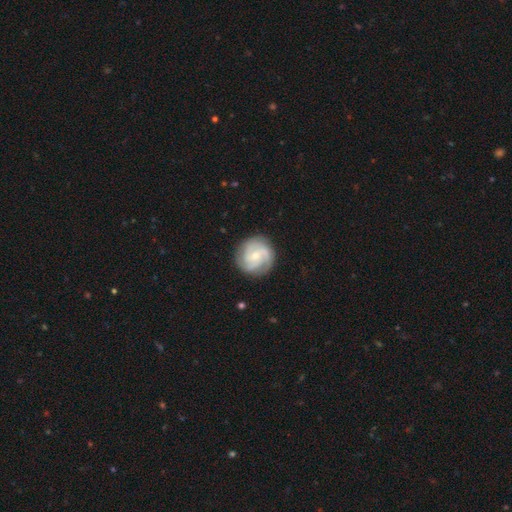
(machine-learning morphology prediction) Smooth or featured?
  - featured or disk: 79% *
  - smooth: 16%
  - star or artifact: 6%
Edge-on disk?
  - no: 98% *
  - yes: 2%
Bar?
  - no: 58% *
  - weak: 36%
  - strong: 7%
Spiral arms?
  - yes: 96% *
  - no: 4%
Spiral winding?
  - tight: 48% *
  - medium: 42%
  - loose: 10%
Spiral arm count?
  - 3: 50% *
  - 2: 17%
  - can't tell: 14%
  - 4: 11%
  - 1: 4%
  - more than 4: 4%
Bulge size?
  - small: 68% *
  - moderate: 28%
  - none: 2%
  - large: 1%
  - dominant: 1%
Merging?
  - none: 83% *
  - minor disturbance: 12%
  - major disturbance: 4%
  - merger: 1%